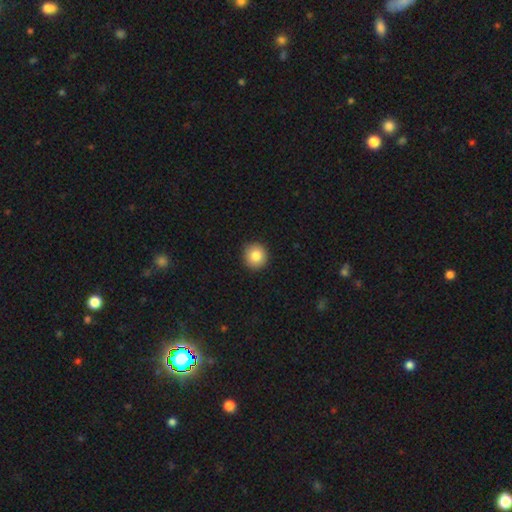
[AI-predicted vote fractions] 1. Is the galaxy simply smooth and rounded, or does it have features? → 83% smooth, 9% star or artifact, 8% featured or disk.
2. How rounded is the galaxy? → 93% round, 6% in between, 1% cigar-shaped.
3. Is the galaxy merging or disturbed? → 90% none, 7% minor disturbance, 2% major disturbance, 1% merger.